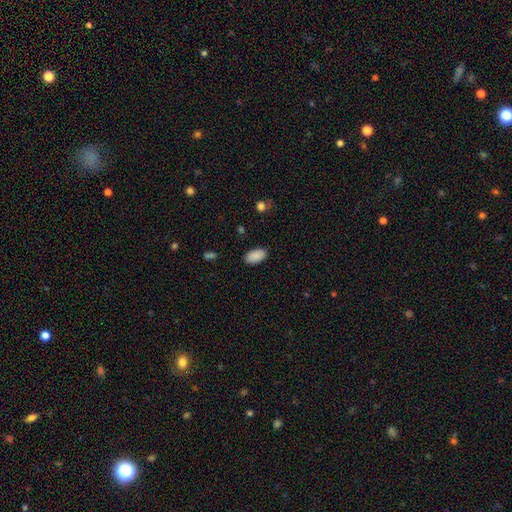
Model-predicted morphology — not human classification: Smooth or featured? Predicted: smooth (p=0.90). How rounded? Predicted: in between (p=0.95). Merging? Predicted: none (p=0.88).